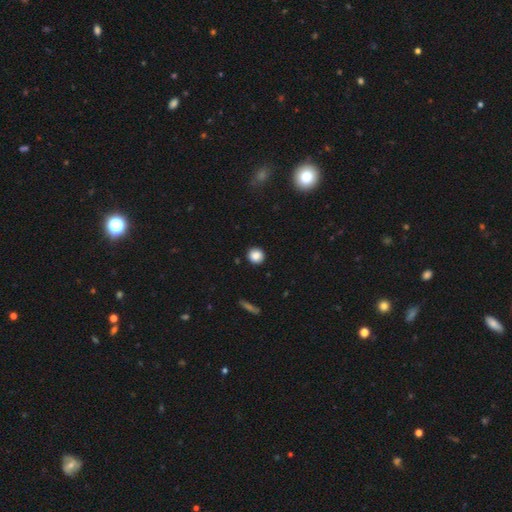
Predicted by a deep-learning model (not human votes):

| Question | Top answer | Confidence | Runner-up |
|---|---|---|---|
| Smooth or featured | smooth | 86% | star or artifact (9%) |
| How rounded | round | 90% | in between (9%) |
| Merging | none | 91% | minor disturbance (7%) |